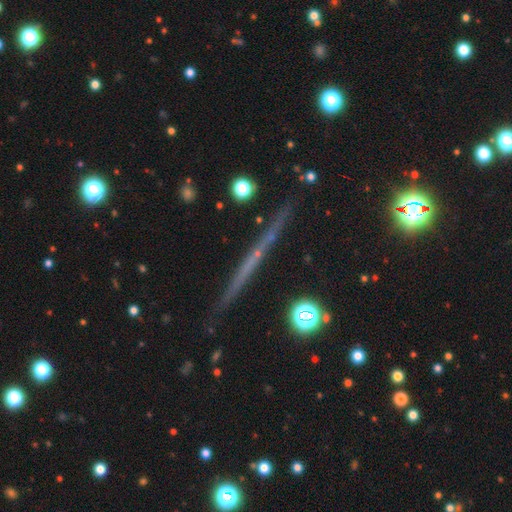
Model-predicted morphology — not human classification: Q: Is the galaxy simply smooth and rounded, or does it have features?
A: featured or disk — 61%.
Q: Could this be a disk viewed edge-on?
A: yes — 97%.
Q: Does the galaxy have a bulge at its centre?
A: none — 82%.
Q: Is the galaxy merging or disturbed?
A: none — 90%.